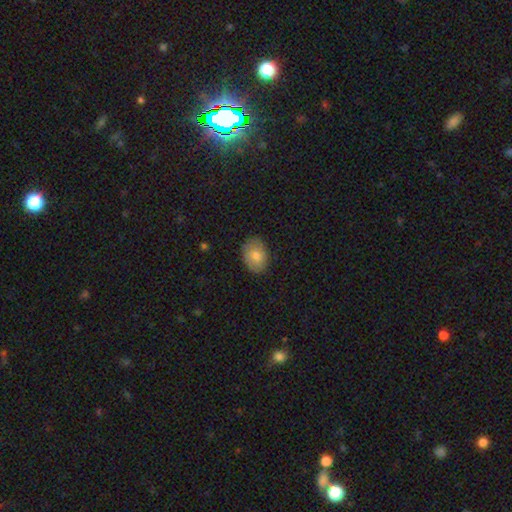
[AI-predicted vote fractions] Q: Smooth or featured?
A: smooth (79%); runner-up: featured or disk (14%)
Q: How rounded?
A: in between (78%); runner-up: round (21%)
Q: Merging?
A: none (83%); runner-up: minor disturbance (13%)